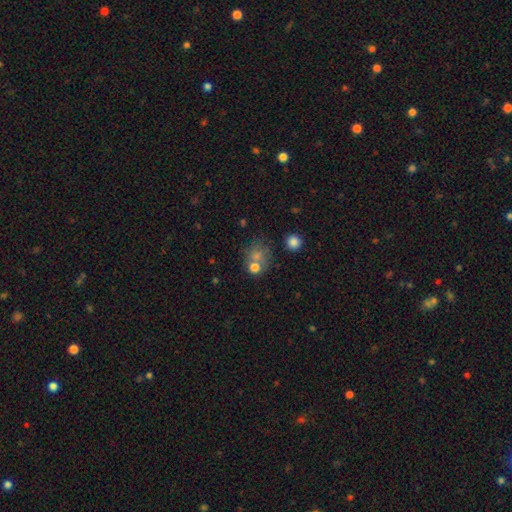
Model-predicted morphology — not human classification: A smooth galaxy with no disk features (60%) that is round (74%).

Vote fractions:
- Smooth or featured? smooth: 60% / star or artifact: 25% / featured or disk: 15%
- How rounded? round: 74% / in between: 25% / cigar-shaped: 1%
- Merging? none: 55% / merger: 27% / minor disturbance: 12% / major disturbance: 7%